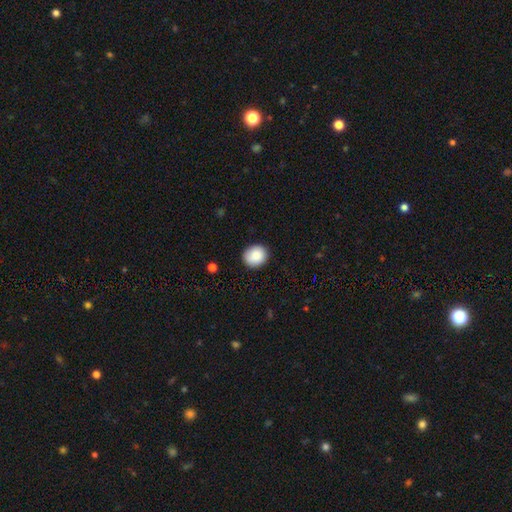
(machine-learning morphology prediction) This appears to be a smooth galaxy with no disk features (89%) that is round (77%). Merging: none (88%).